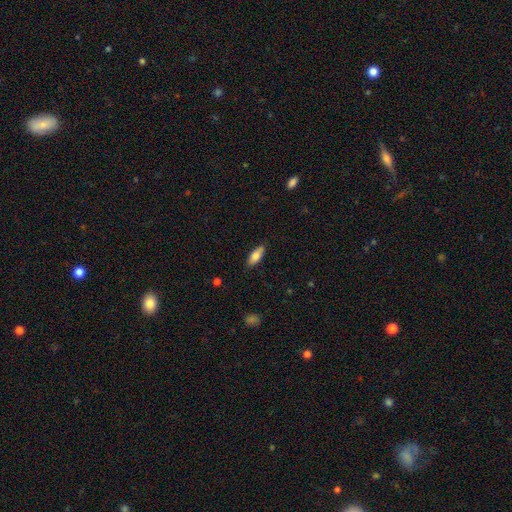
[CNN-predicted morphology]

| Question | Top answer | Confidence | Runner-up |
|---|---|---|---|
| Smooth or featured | smooth | 75% | featured or disk (18%) |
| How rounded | in between | 73% | cigar-shaped (25%) |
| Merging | none | 85% | minor disturbance (11%) |